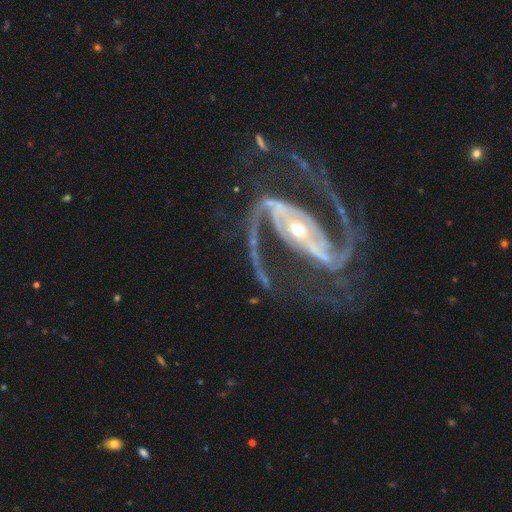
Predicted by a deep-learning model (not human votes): Smooth or featured? Predicted: featured or disk (p=0.94). Edge-on disk? Predicted: no (p=0.97). Bar? Predicted: strong (p=0.67). Spiral arms? Predicted: yes (p=0.99). Spiral winding? Predicted: medium (p=0.63). Spiral arm count? Predicted: 2 (p=0.94). Bulge size? Predicted: small (p=0.68). Merging? Predicted: none (p=0.74).